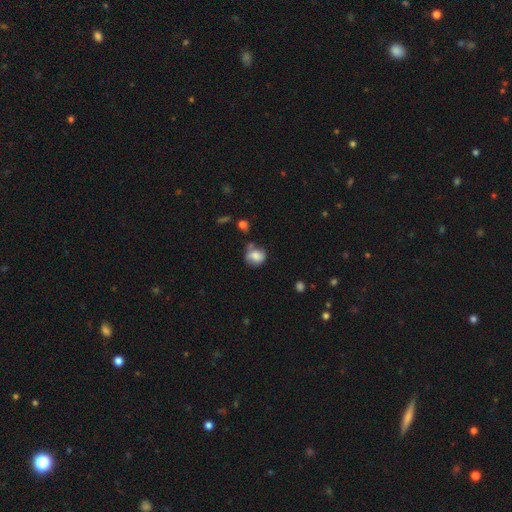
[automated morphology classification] Smooth or featured? smooth (70%)
How rounded? round (65%)
Merging? none (48%)